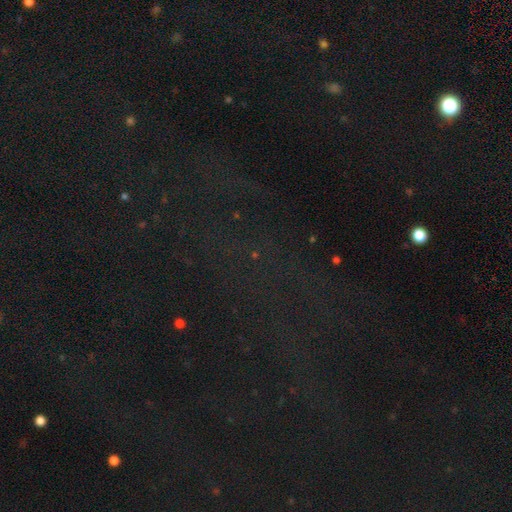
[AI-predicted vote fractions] The model was most divided on "smooth or featured": star or artifact: 77%, smooth: 14%, featured or disk: 9%.